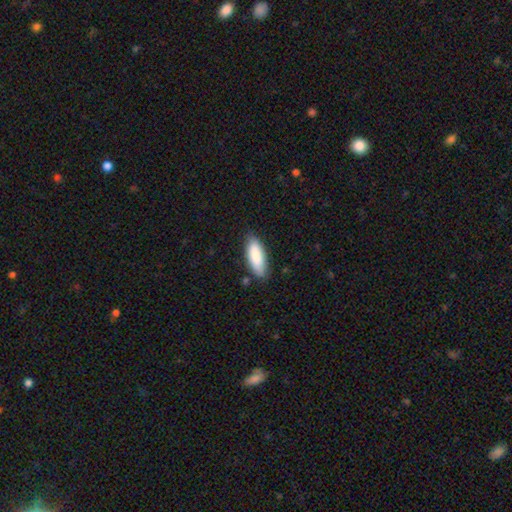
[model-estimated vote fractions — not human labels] smooth-or-featured: smooth: 88% | featured or disk: 7% | star or artifact: 5%
  how-rounded: in between: 68% | cigar-shaped: 30% | round: 2%
  merging: none: 83% | minor disturbance: 13% | major disturbance: 2% | merger: 2%